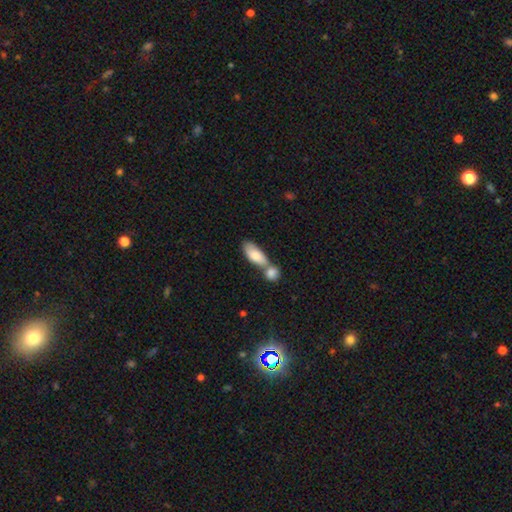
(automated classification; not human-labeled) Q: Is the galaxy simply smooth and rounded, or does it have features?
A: smooth — 80%.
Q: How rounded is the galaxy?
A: in between — 82%.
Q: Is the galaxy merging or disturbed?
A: merger — 56%.